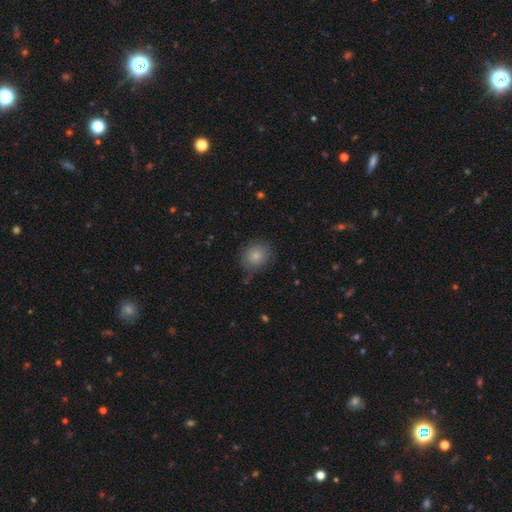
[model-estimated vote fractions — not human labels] smooth-or-featured: smooth: 82% | star or artifact: 9% | featured or disk: 9%
  how-rounded: round: 72% | in between: 27% | cigar-shaped: 1%
  merging: none: 74% | minor disturbance: 19% | major disturbance: 5% | merger: 2%